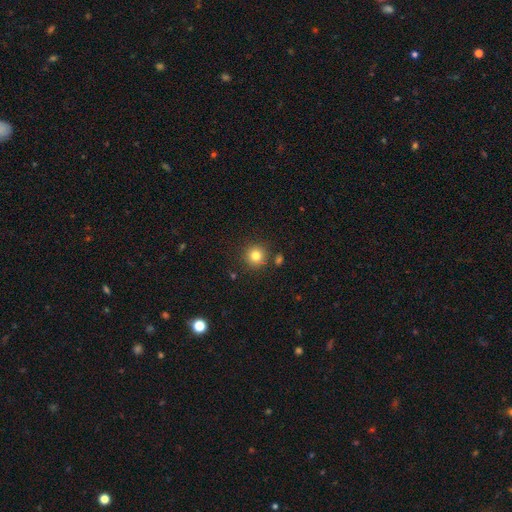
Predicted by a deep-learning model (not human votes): smooth 82%, star or artifact 12%, featured or disk 7%. Down the decision tree: how rounded — round (94%); merging — none (86%).